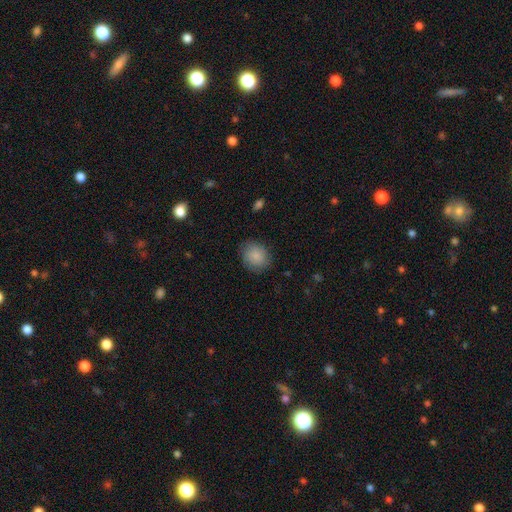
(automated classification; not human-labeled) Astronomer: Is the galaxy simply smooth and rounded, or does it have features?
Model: smooth — 87%.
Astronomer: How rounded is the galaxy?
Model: round — 68%.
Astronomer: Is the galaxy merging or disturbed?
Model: none — 82%.